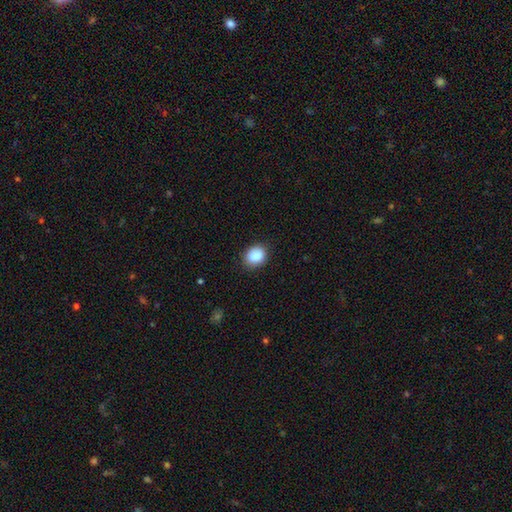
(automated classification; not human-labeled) smooth_or_featured: smooth (p=0.89) [alt: star or artifact p=0.08]
how_rounded: round (p=0.52) [alt: in between p=0.47]
merging: none (p=0.85) [alt: minor disturbance p=0.12]